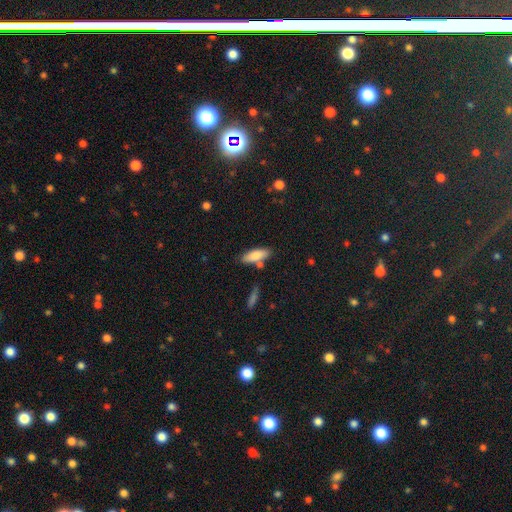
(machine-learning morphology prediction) This is clearly a smooth galaxy (81%). How rounded: likely in between (64%). Merging: likely none (74%).